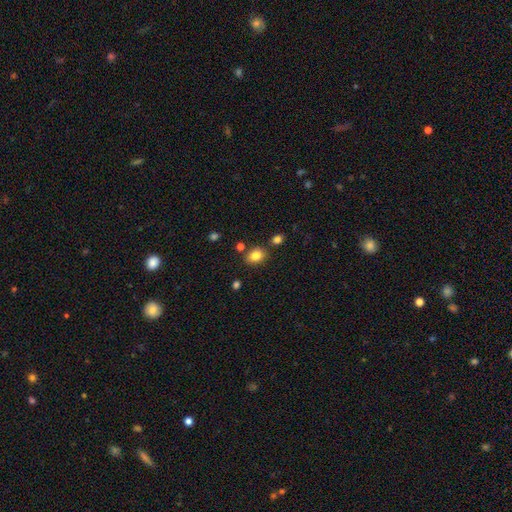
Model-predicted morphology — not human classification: A smooth galaxy with no disk features (82%) that is in between round and cigar-shaped (59%). Merging: none (79%).